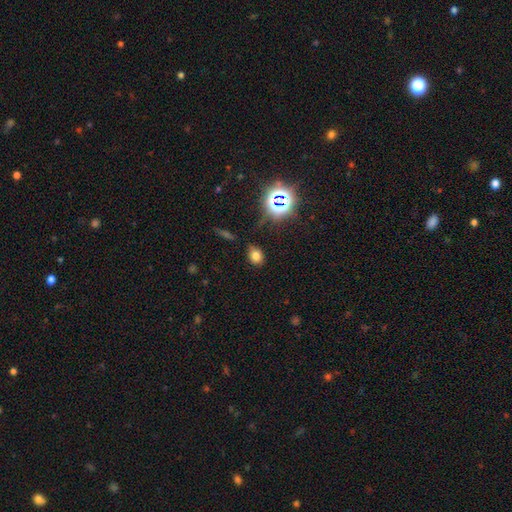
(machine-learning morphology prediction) A smooth galaxy with no disk features (70%) that is in between round and cigar-shaped (56%).

Vote fractions:
- Smooth or featured? smooth: 70% / star or artifact: 22% / featured or disk: 8%
- How rounded? in between: 56% / round: 42% / cigar-shaped: 1%
- Merging? none: 79% / minor disturbance: 14% / major disturbance: 4% / merger: 3%